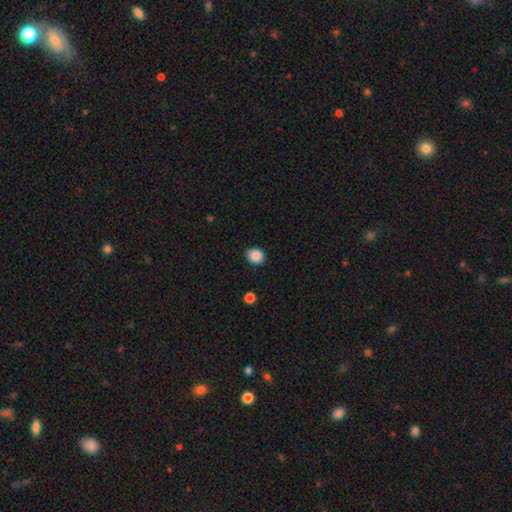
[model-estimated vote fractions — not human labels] Q: Smooth or featured?
A: smooth (88%); runner-up: star or artifact (9%)
Q: How rounded?
A: round (54%); runner-up: in between (45%)
Q: Merging?
A: none (84%); runner-up: minor disturbance (12%)